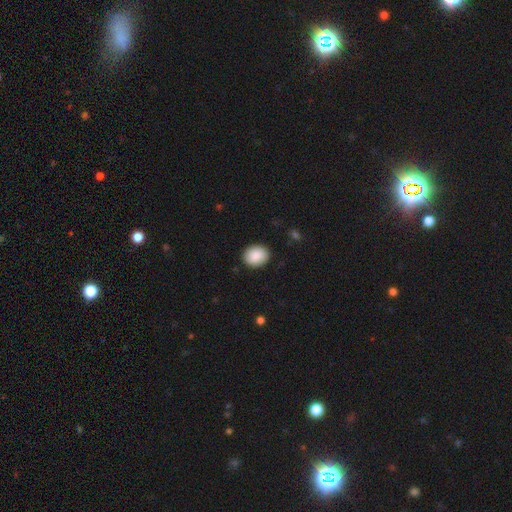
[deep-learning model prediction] Smooth or featured?
  - smooth: 89% *
  - star or artifact: 7%
  - featured or disk: 4%
How rounded?
  - round: 62% *
  - in between: 37%
  - cigar-shaped: 1%
Merging?
  - none: 90% *
  - minor disturbance: 7%
  - major disturbance: 2%
  - merger: 1%